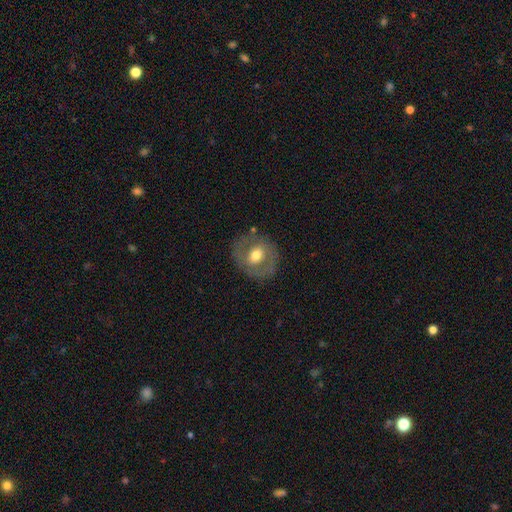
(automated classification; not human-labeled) A featured or disk galaxy (49%). Merging: none (79%).